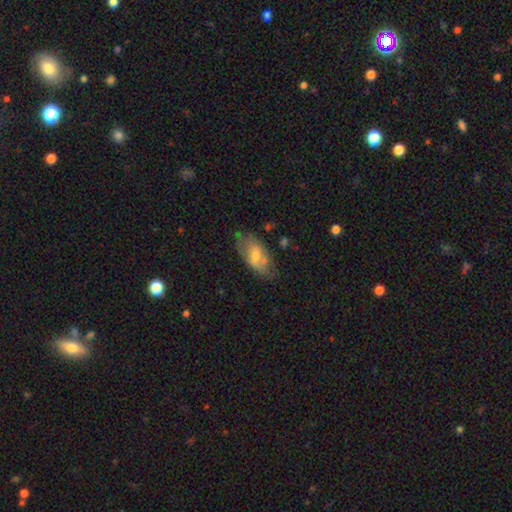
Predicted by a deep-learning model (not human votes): Smooth or featured?
  - smooth: 49% *
  - featured or disk: 43%
  - star or artifact: 8%
Merging?
  - none: 63% *
  - minor disturbance: 24%
  - major disturbance: 9%
  - merger: 4%